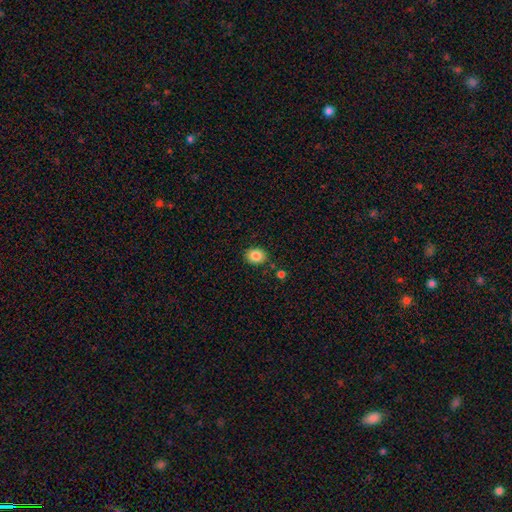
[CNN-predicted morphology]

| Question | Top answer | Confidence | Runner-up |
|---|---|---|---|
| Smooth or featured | smooth | 86% | star or artifact (9%) |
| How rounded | in between | 53% | round (47%) |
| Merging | none | 86% | minor disturbance (9%) |